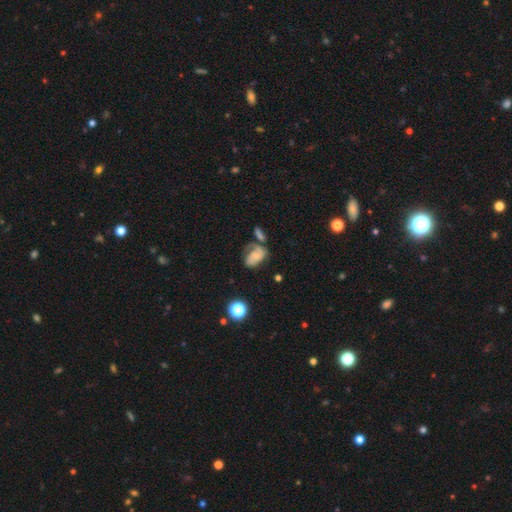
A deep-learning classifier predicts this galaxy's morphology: Q: Smooth or featured?
A: featured or disk (56%); runner-up: smooth (33%)
Q: Edge-on disk?
A: no (97%); runner-up: yes (3%)
Q: Bar?
A: no (69%); runner-up: weak (25%)
Q: Spiral arms?
A: yes (83%); runner-up: no (17%)
Q: Bulge size?
A: small (51%); runner-up: none (23%)
Q: Merging?
A: none (33%); runner-up: major disturbance (24%)